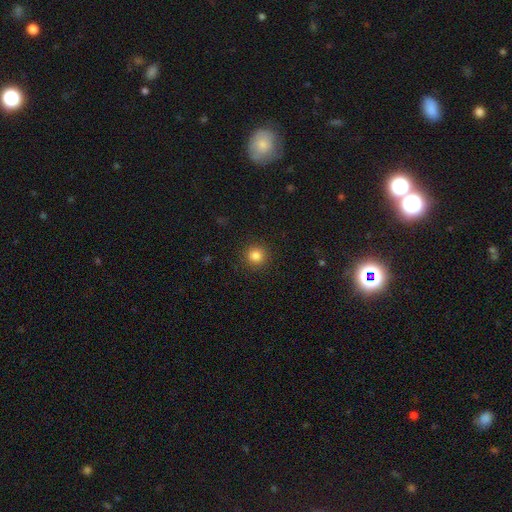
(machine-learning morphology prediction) This appears to be a smooth galaxy with no disk features (83%) that is round (94%). Merging: none (91%).